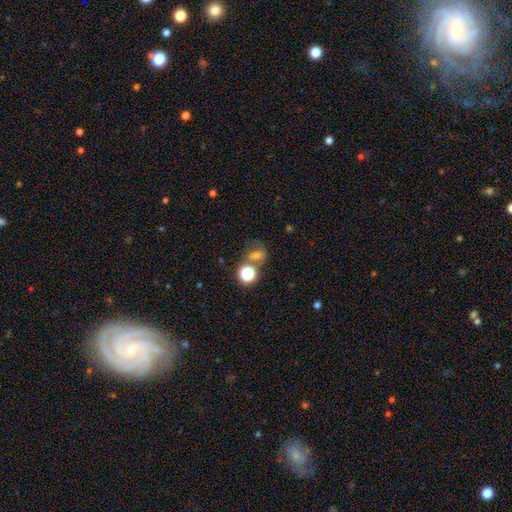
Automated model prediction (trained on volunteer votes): This is possibly a smooth galaxy (57%). How rounded: possibly in between (51%). Merging: possibly none (49%).